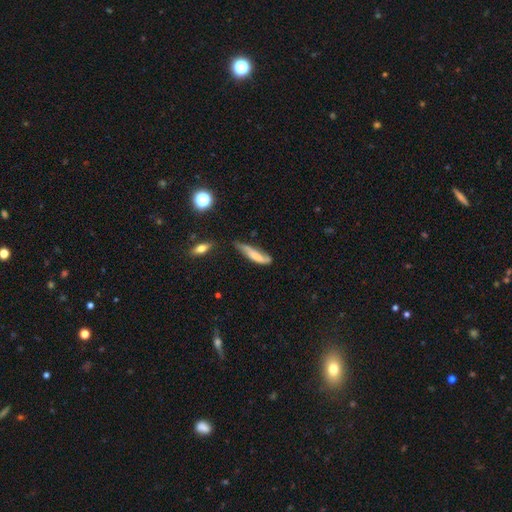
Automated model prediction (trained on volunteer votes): Smooth or featured?
  - smooth: 67% *
  - featured or disk: 26%
  - star or artifact: 7%
How rounded?
  - cigar-shaped: 72% *
  - in between: 26%
  - round: 2%
Merging?
  - minor disturbance: 40% *
  - none: 36%
  - major disturbance: 18%
  - merger: 7%